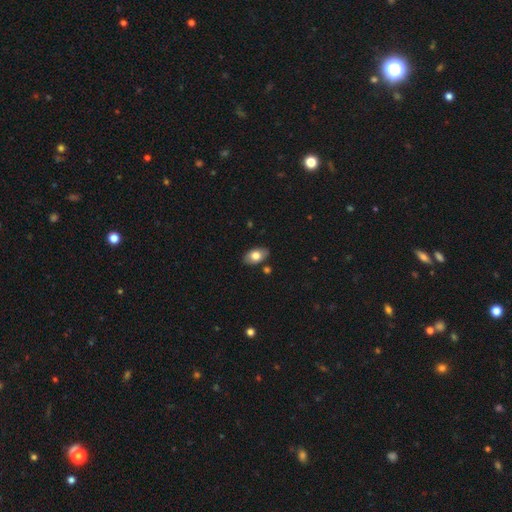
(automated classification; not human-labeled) smooth-or-featured: smooth: 76% | featured or disk: 17% | star or artifact: 7%
  how-rounded: in between: 91% | round: 8% | cigar-shaped: 1%
  merging: none: 84% | minor disturbance: 11% | merger: 3% | major disturbance: 2%